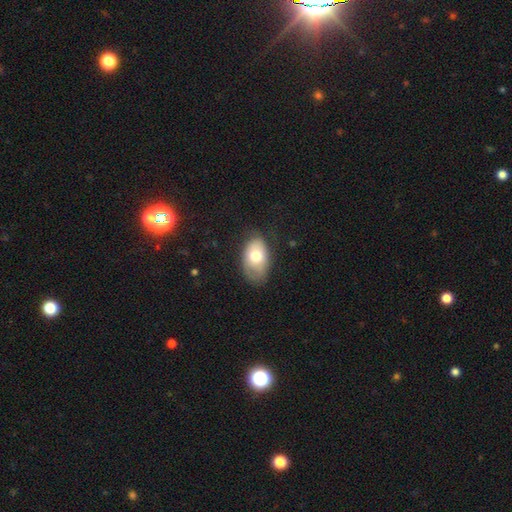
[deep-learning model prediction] A smooth galaxy with no disk features (71%) that is in between round and cigar-shaped (91%). Merging: none (61%).